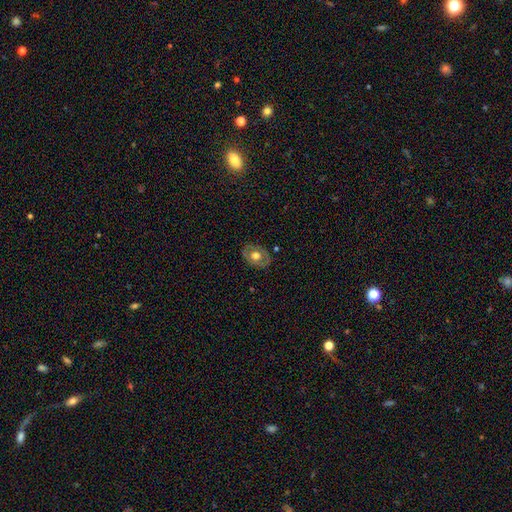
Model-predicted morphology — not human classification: Q: Smooth or featured?
A: featured or disk (49%); runner-up: smooth (44%)
Q: Merging?
A: none (81%); runner-up: minor disturbance (14%)